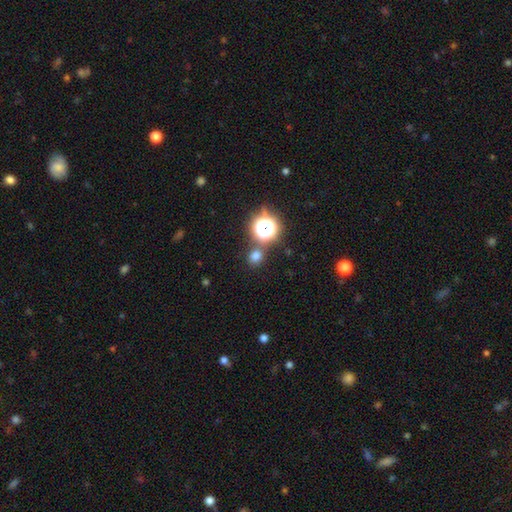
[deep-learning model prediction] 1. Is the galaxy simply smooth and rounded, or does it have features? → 70% smooth, 25% star or artifact, 5% featured or disk.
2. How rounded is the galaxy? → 84% round, 15% in between, 1% cigar-shaped.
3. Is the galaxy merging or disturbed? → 77% none, 11% merger, 8% minor disturbance, 3% major disturbance.